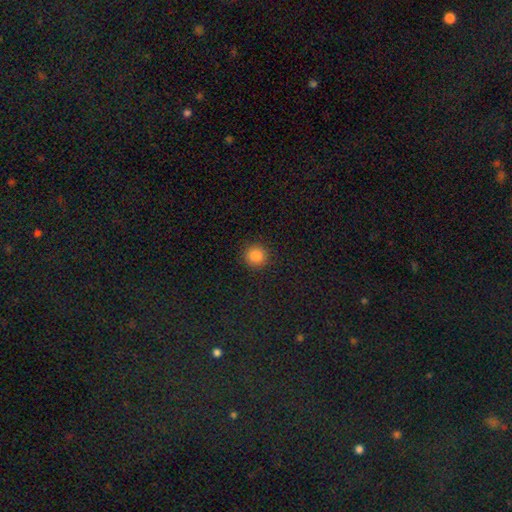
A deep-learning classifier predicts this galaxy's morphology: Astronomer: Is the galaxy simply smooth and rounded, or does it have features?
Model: smooth — 86%.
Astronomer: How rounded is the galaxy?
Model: round — 92%.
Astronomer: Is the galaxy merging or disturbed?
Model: none — 91%.